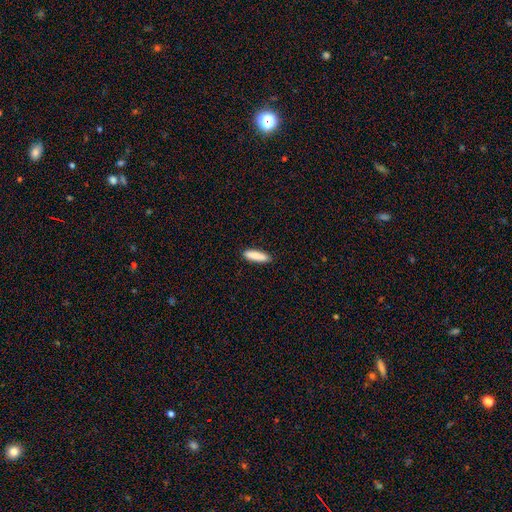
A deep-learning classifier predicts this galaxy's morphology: Overall: smooth (86%). How rounded: cigar-shaped (66%; in between 32%). Merging: none (88%).